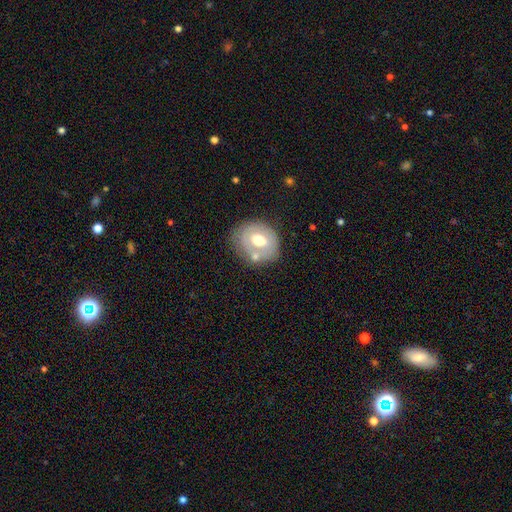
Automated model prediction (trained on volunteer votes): Morphology: type=smooth (54%); roundness=round (60%); merging=none (60%).